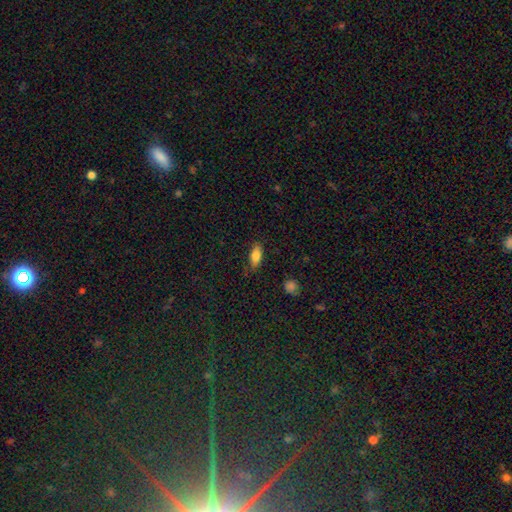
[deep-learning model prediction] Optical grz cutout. It shows a smooth galaxy with no disk features (79%) that is in between round and cigar-shaped (77%). Merging: none (82%).